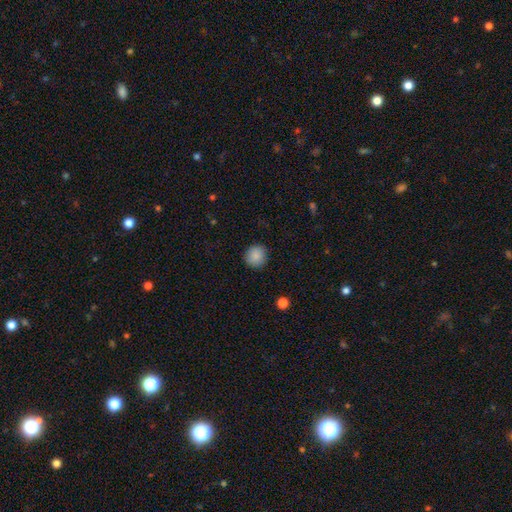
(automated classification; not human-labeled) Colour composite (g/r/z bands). It shows a smooth galaxy with no disk features (88%) that is round (93%). Merging: none (91%).